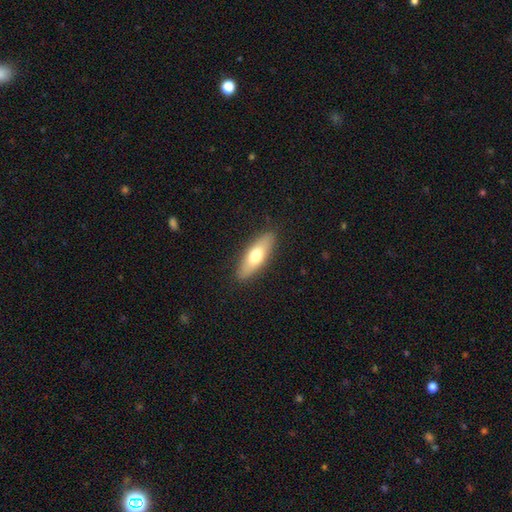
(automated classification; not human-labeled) A smooth galaxy with no disk features (64%) that is in between round and cigar-shaped (58%). Merging: none (89%).